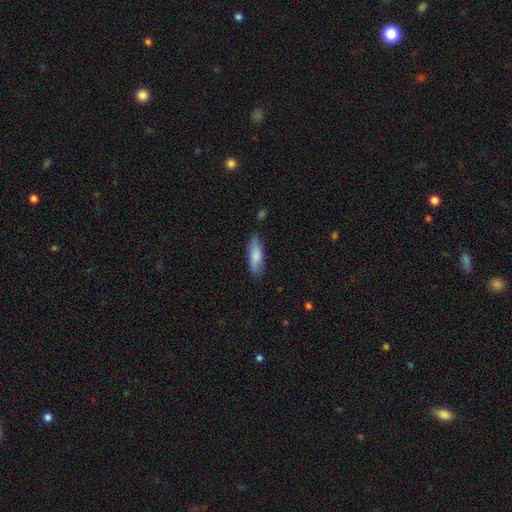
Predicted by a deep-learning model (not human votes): The model was most divided on "how rounded": in between: 58%, cigar-shaped: 40%, round: 2%. More confident: smooth or featured — smooth (79%); merging — none (71%).